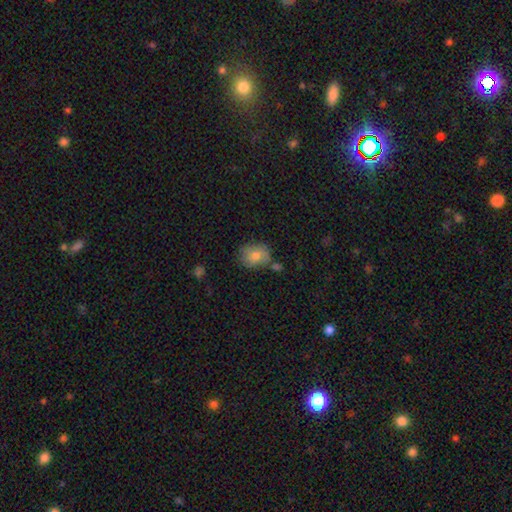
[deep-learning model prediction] The model was most divided on "how rounded": in between: 51%, round: 48%, cigar-shaped: 1%. More confident: smooth or featured — smooth (78%); merging — none (63%).